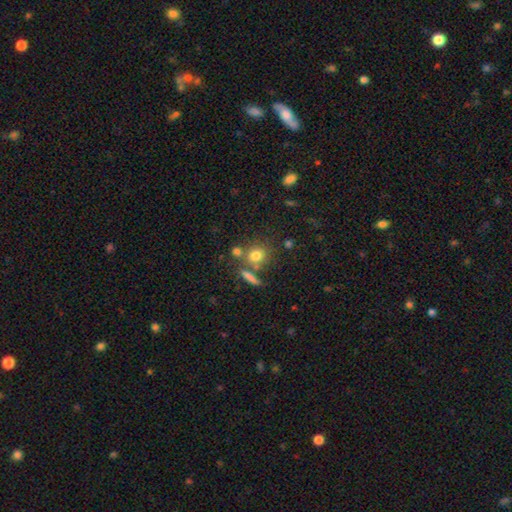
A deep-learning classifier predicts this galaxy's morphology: This is likely a smooth galaxy (76%). How rounded: likely round (76%). Merging: likely none (62%).